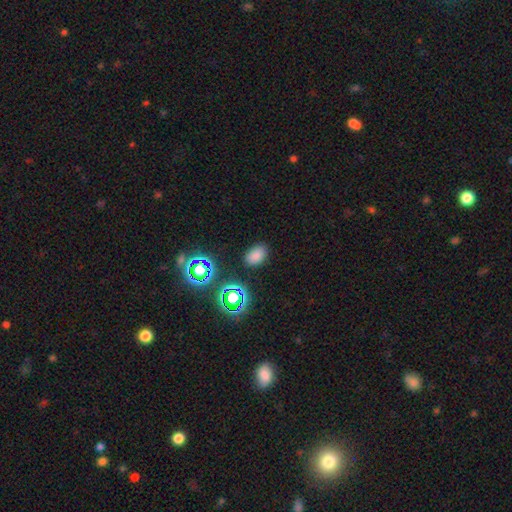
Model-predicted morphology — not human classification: Overall: smooth (75%). How rounded: in between (84%). Merging: none (85%).